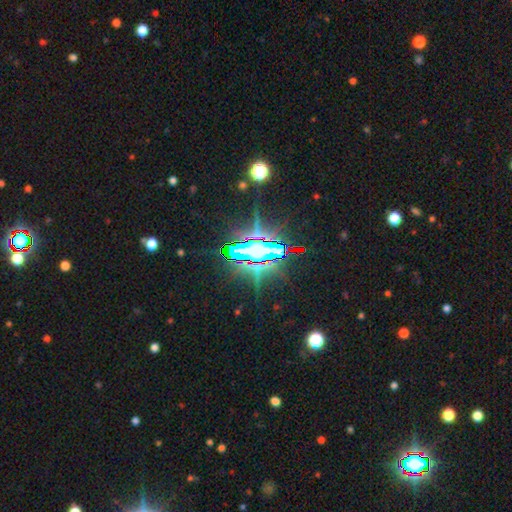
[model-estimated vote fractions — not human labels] A star or artifact, not a galaxy (76%).

Vote fractions:
- Smooth or featured? star or artifact: 76% / featured or disk: 13% / smooth: 11%